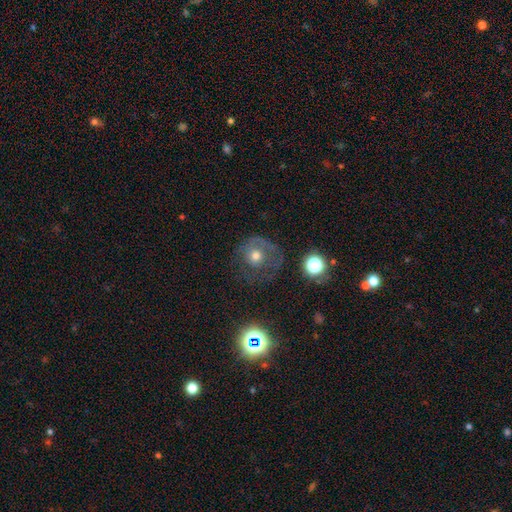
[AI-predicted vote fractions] smooth-or-featured: smooth: 47% | featured or disk: 41% | star or artifact: 13%
  merging: none: 51% | major disturbance: 26% | minor disturbance: 20% | merger: 3%